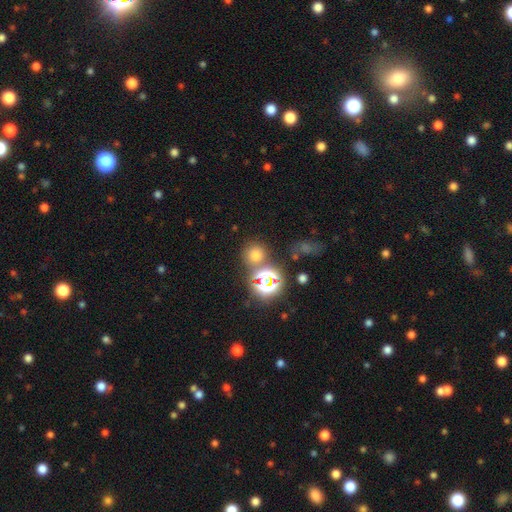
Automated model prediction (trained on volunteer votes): The model was most divided on "smooth or featured": smooth: 65%, star or artifact: 28%, featured or disk: 7%. More confident: how rounded — round (91%); merging — none (76%).